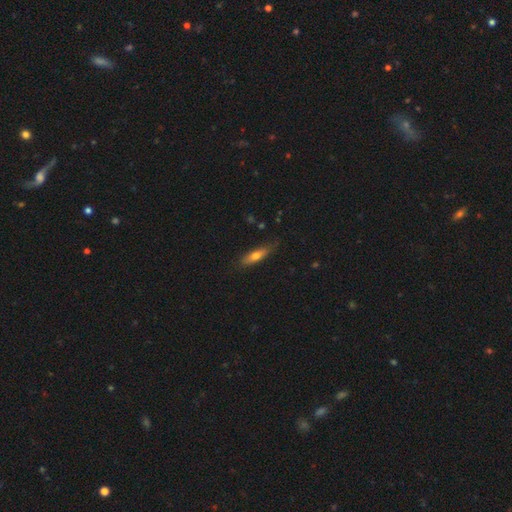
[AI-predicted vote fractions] The model was most divided on "smooth or featured": smooth: 63%, featured or disk: 31%, star or artifact: 6%. More confident: merging — none (76%); how rounded — cigar-shaped (65%).